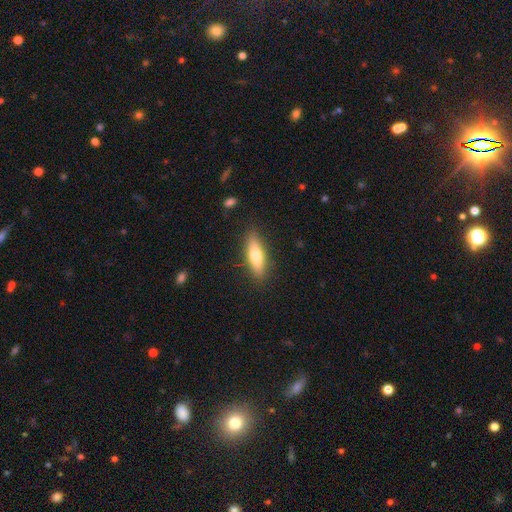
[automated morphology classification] smooth-or-featured: smooth: 69% | featured or disk: 26% | star or artifact: 6%
  how-rounded: cigar-shaped: 51% | in between: 47% | round: 2%
  merging: none: 86% | minor disturbance: 10% | major disturbance: 2% | merger: 1%